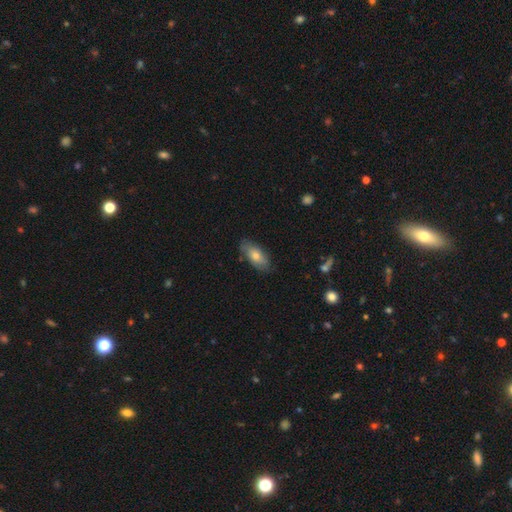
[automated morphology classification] Smooth or featured? Predicted: smooth (p=0.68). How rounded? Predicted: in between (p=0.85). Merging? Predicted: none (p=0.77).